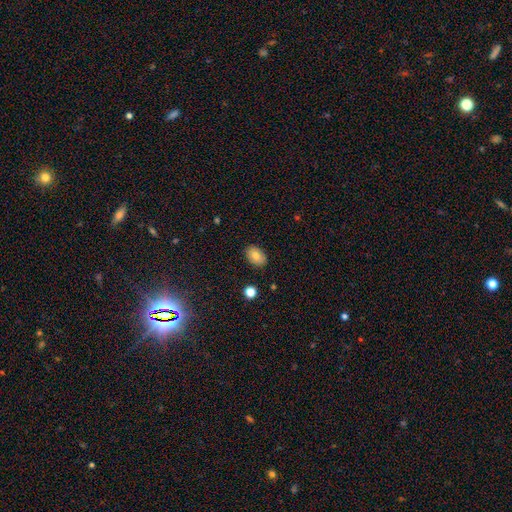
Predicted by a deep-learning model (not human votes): A smooth galaxy with no disk features (80%) that is in between round and cigar-shaped (84%).

Vote fractions:
- Smooth or featured? smooth: 80% / featured or disk: 11% / star or artifact: 9%
- How rounded? in between: 84% / round: 14% / cigar-shaped: 1%
- Merging? none: 87% / minor disturbance: 9% / major disturbance: 2% / merger: 1%